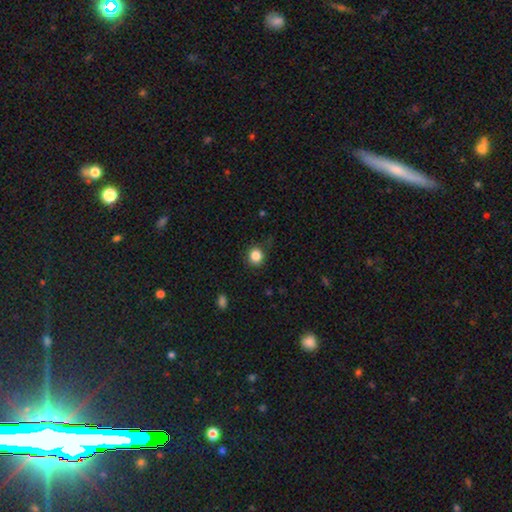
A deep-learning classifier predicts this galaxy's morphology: This is clearly a smooth galaxy (85%). How rounded: clearly round (89%). Merging: clearly none (86%).